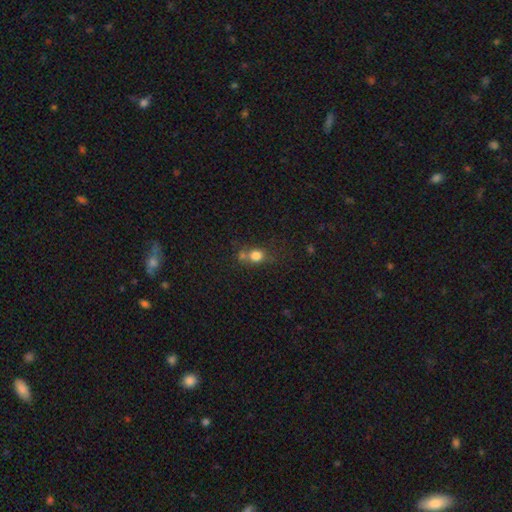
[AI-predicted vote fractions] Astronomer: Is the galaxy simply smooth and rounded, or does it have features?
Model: smooth — 77%.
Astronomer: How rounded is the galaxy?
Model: round — 76%.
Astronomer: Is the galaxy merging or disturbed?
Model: none — 51% (runner-up: merger, 30%).